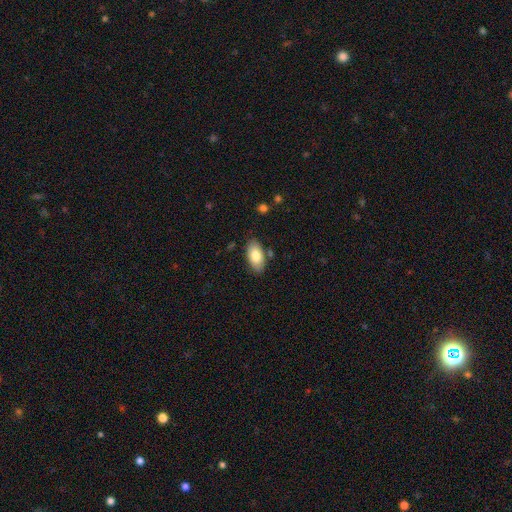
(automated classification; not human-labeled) This is likely a smooth galaxy (80%). How rounded: clearly in between (94%). Merging: clearly none (83%).